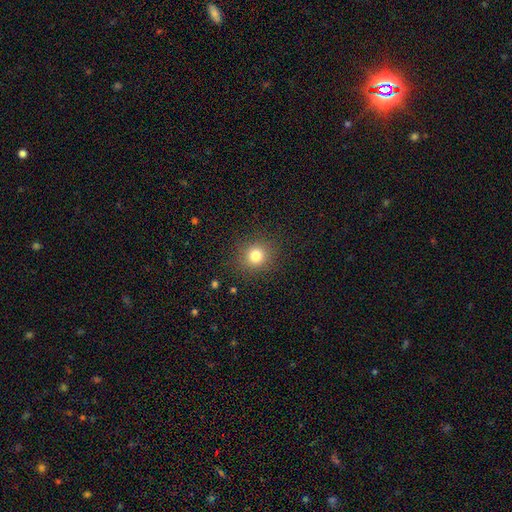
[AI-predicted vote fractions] Smooth or featured? Predicted: smooth (p=0.79). How rounded? Predicted: round (p=0.89). Merging? Predicted: none (p=0.89).